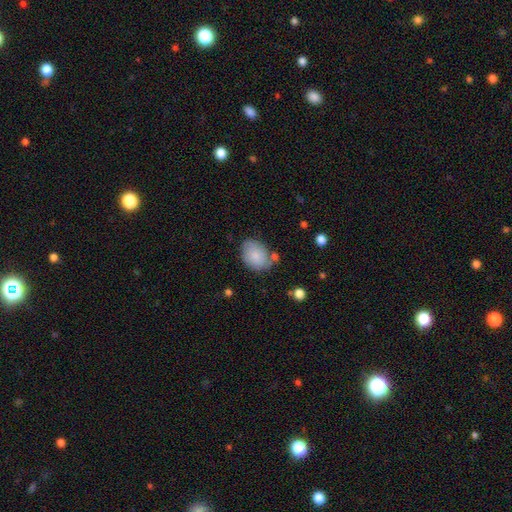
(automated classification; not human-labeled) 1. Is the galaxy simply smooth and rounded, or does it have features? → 82% smooth, 11% featured or disk, 7% star or artifact.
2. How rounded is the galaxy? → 74% in between, 25% round, 1% cigar-shaped.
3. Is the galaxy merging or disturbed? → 67% none, 21% minor disturbance, 7% merger, 5% major disturbance.